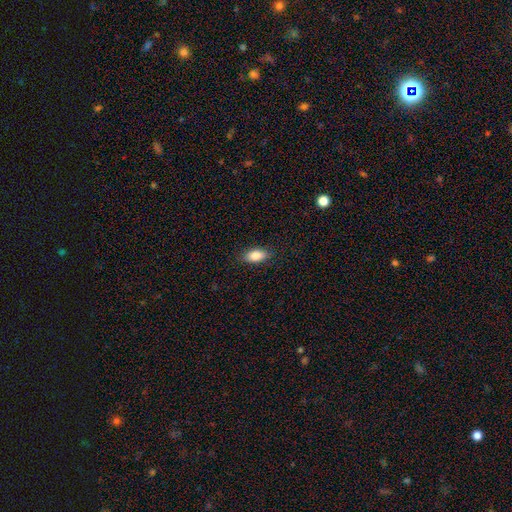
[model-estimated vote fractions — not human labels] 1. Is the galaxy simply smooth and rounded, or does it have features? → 85% smooth, 8% featured or disk, 7% star or artifact.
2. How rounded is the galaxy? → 88% in between, 8% cigar-shaped, 4% round.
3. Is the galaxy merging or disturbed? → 87% none, 9% minor disturbance, 2% major disturbance, 1% merger.